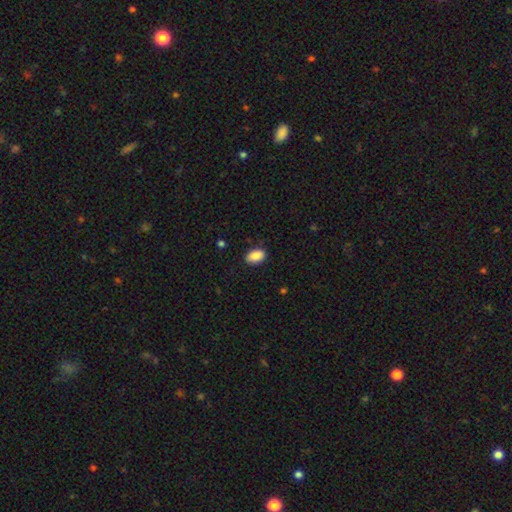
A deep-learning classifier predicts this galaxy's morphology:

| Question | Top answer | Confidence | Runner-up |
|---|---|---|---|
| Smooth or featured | smooth | 89% | star or artifact (7%) |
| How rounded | in between | 91% | round (8%) |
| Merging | none | 85% | minor disturbance (11%) |